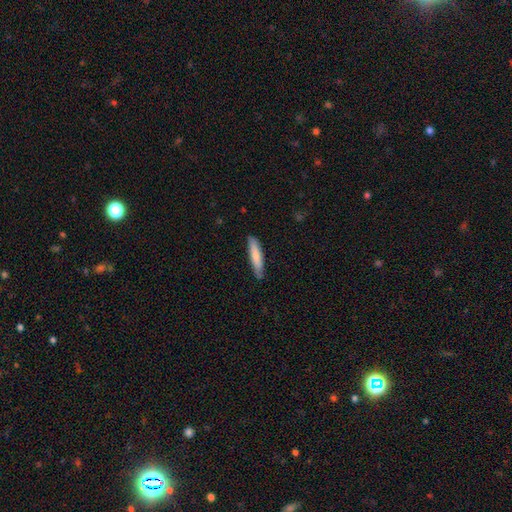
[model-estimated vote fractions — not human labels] A smooth galaxy with no disk features (77%) that is cigar-shaped (84%).

Vote fractions:
- Smooth or featured? smooth: 77% / featured or disk: 17% / star or artifact: 5%
- How rounded? cigar-shaped: 84% / in between: 15% / round: 1%
- Merging? none: 81% / minor disturbance: 16% / major disturbance: 2% / merger: 1%